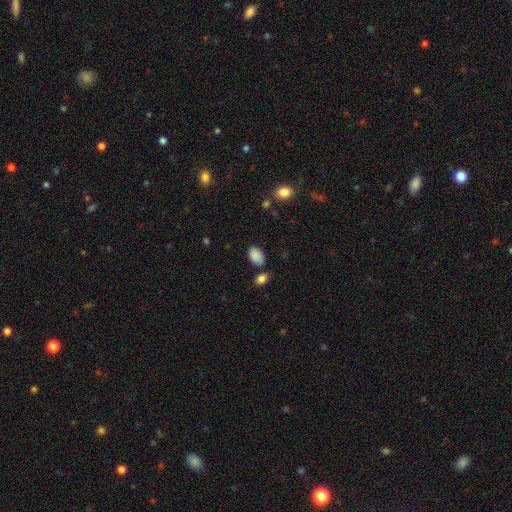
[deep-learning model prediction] A smooth galaxy with no disk features (88%) that is in between round and cigar-shaped (91%). Merging: none (74%).